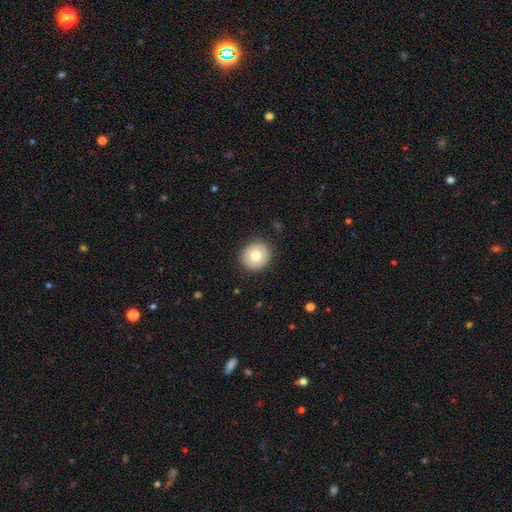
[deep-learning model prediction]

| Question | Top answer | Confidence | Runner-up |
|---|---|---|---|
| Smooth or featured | smooth | 76% | featured or disk (15%) |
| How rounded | round | 88% | in between (12%) |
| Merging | none | 90% | minor disturbance (7%) |